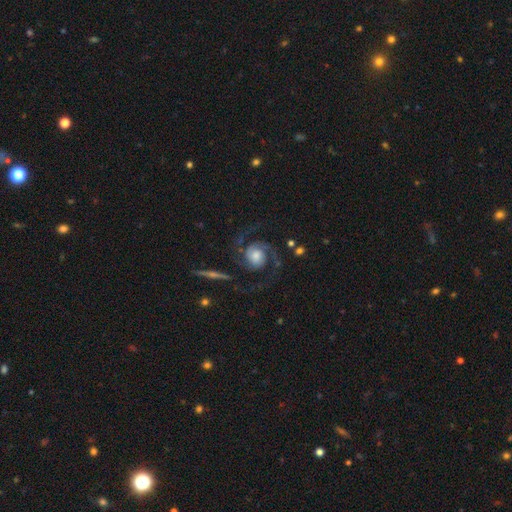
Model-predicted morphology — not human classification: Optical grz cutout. It shows a featured or disk galaxy (90%) with no bar (71%), 2 (92%) medium (53%) spiral arms (98%) and a moderate central bulge (42%). Merging: none (74%).